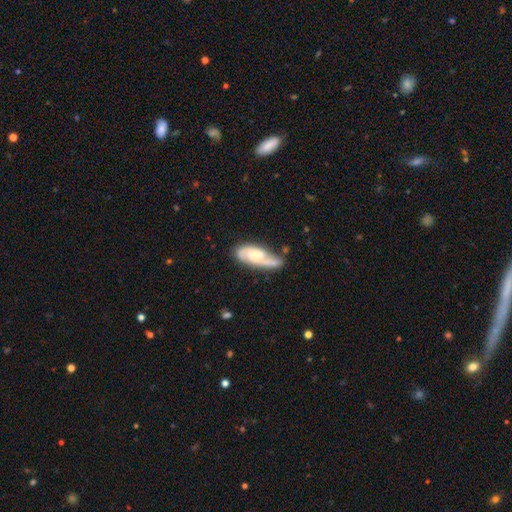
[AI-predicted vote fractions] This appears to be a featured or disk galaxy (68%) with no bar (58%), 2 (66%) medium (45%) spiral arms (90%) and a small central bulge (35%). Merging: none (50%).